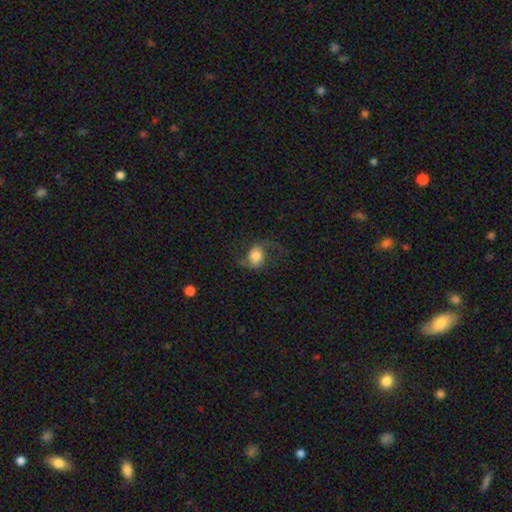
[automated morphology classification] A smooth galaxy with no disk features (52%) that is round (54%). Merging: none (54%).